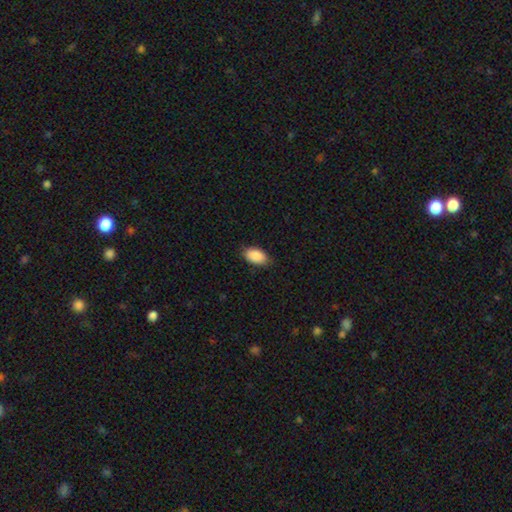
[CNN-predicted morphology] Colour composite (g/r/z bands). It shows a smooth galaxy with no disk features (90%) that is in between round and cigar-shaped (93%). Merging: none (81%).